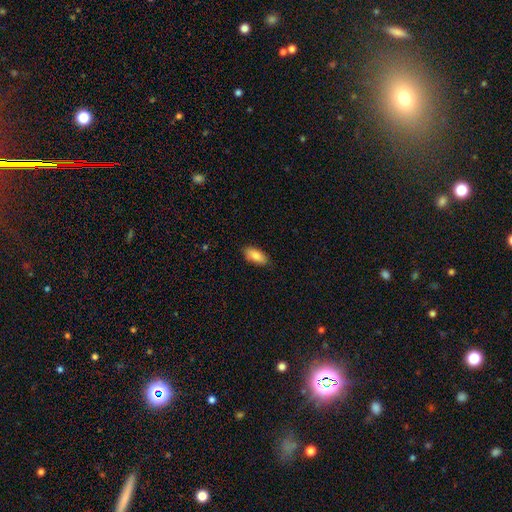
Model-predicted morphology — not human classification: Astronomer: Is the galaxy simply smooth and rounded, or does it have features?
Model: smooth — 86%.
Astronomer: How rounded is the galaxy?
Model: in between — 88%.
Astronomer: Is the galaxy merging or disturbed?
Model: none — 85%.